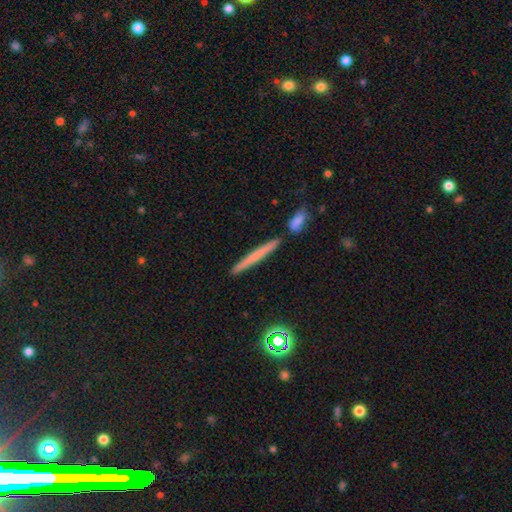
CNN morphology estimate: smooth_or_featured: smooth (p=0.55) [alt: featured or disk p=0.37]
how_rounded: cigar-shaped (p=0.96) [alt: in between p=0.02]
merging: none (p=0.86) [alt: minor disturbance p=0.07]